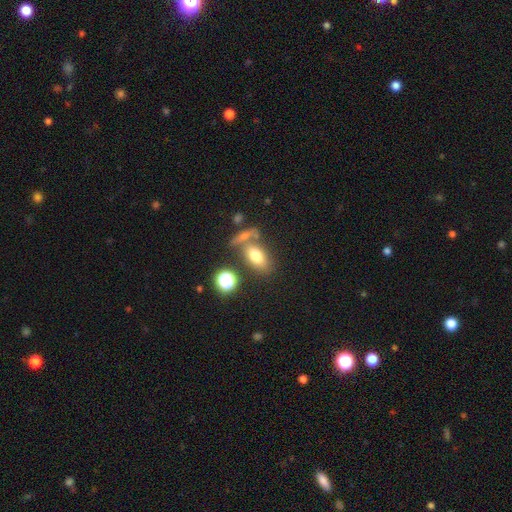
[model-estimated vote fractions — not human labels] Smooth or featured? Predicted: smooth (p=0.71). How rounded? Predicted: in between (p=0.82). Merging? Predicted: none (p=0.58).